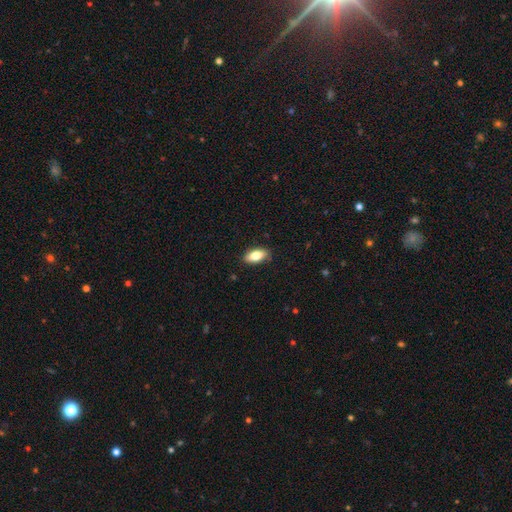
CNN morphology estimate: Smooth or featured?
  - smooth: 79% *
  - featured or disk: 15%
  - star or artifact: 7%
How rounded?
  - in between: 88% *
  - cigar-shaped: 8%
  - round: 4%
Merging?
  - none: 86% *
  - minor disturbance: 11%
  - major disturbance: 2%
  - merger: 1%